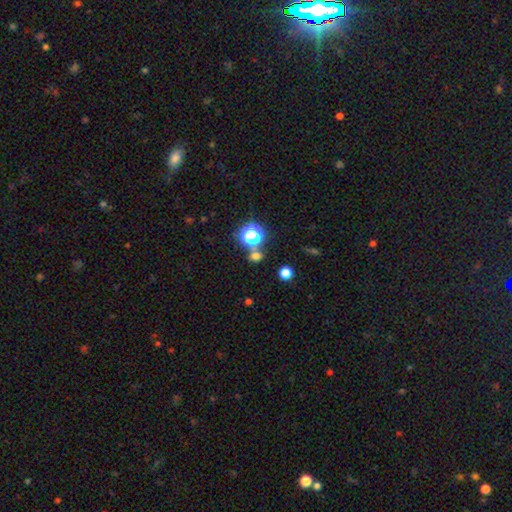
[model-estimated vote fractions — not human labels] smooth_or_featured: smooth (p=0.64) [alt: star or artifact p=0.29]
how_rounded: round (p=0.68) [alt: in between p=0.30]
merging: none (p=0.69) [alt: merger p=0.19]